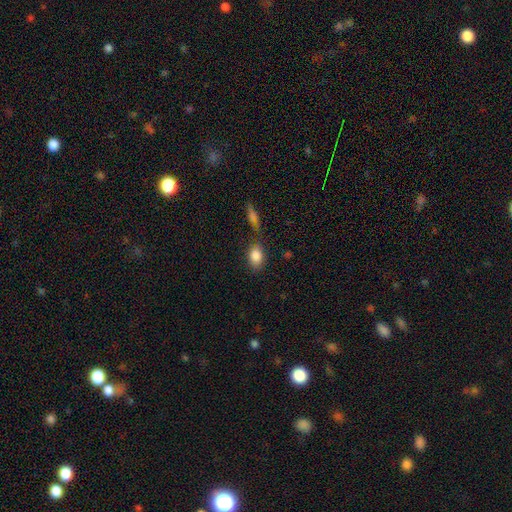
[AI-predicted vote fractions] Q: Smooth or featured?
A: smooth (85%); runner-up: star or artifact (8%)
Q: How rounded?
A: in between (76%); runner-up: round (22%)
Q: Merging?
A: none (66%); runner-up: minor disturbance (16%)